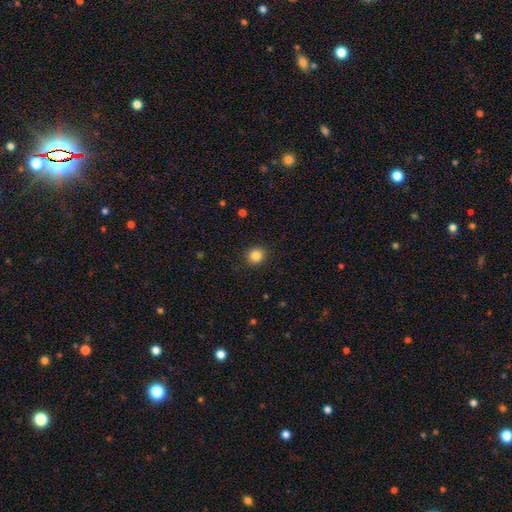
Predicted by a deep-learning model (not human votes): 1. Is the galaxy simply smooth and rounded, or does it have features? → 84% smooth, 11% star or artifact, 5% featured or disk.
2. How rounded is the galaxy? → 85% round, 14% in between, 1% cigar-shaped.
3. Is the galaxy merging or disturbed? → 90% none, 7% minor disturbance, 2% major disturbance, 1% merger.